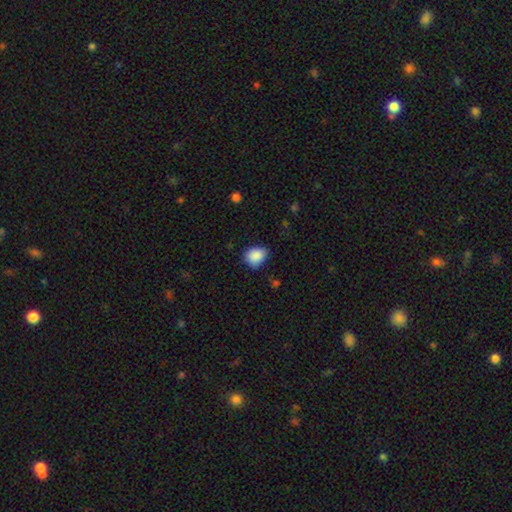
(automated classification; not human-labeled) smooth 88%, star or artifact 8%, featured or disk 4%. Down the decision tree: how rounded — in between (51%); merging — none (68%).